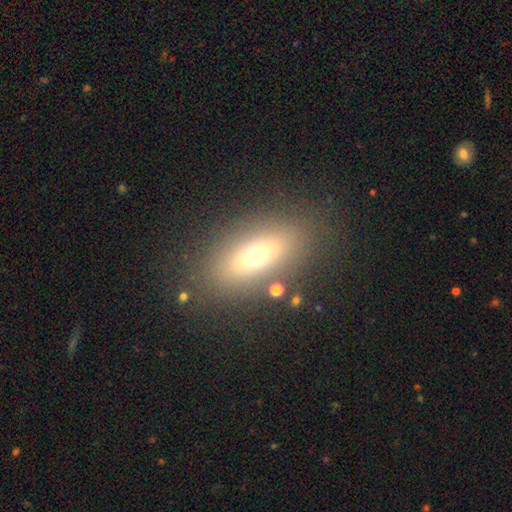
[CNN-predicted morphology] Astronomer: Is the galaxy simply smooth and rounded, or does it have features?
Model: smooth — 59%.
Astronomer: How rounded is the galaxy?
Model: in between — 73%.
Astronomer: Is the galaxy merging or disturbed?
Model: none — 83%.